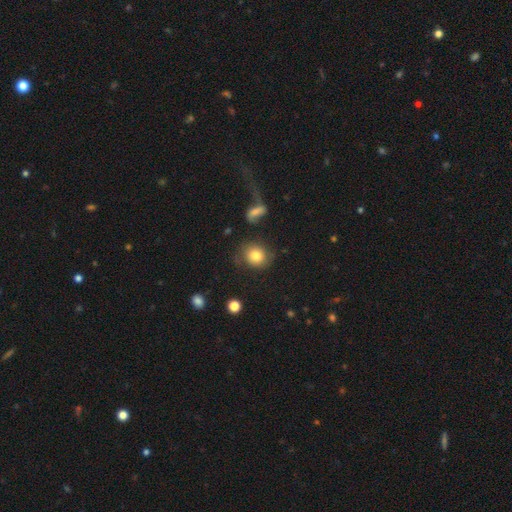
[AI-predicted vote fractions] This is likely a smooth galaxy (78%). How rounded: likely round (79%). Merging: likely none (69%).